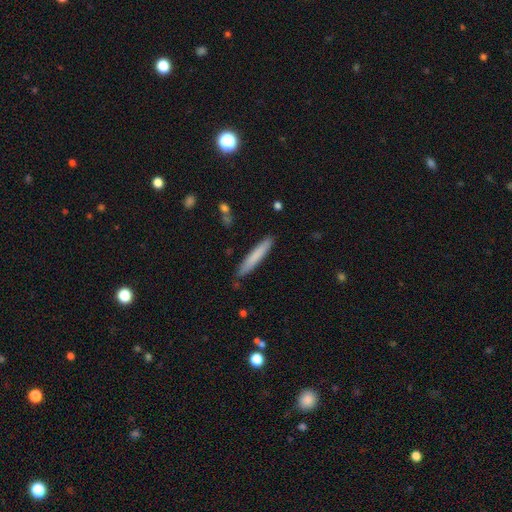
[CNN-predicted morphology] The model was most divided on "smooth or featured": smooth: 77%, featured or disk: 17%, star or artifact: 6%. More confident: how rounded — cigar-shaped (94%); merging — none (87%).